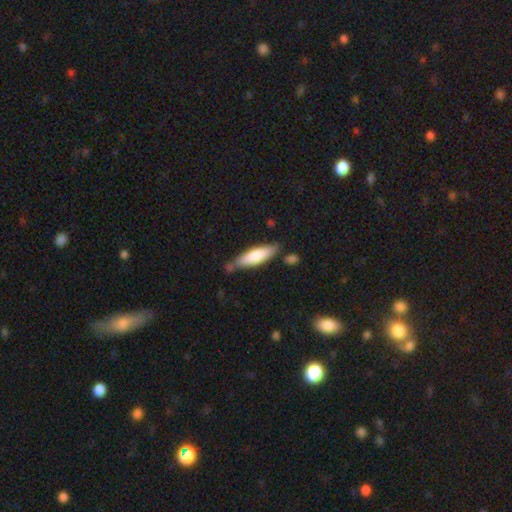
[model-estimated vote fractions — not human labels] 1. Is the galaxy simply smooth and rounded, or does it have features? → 74% smooth, 21% featured or disk, 5% star or artifact.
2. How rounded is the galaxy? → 58% cigar-shaped, 40% in between, 2% round.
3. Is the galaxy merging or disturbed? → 68% none, 20% minor disturbance, 8% merger, 4% major disturbance.